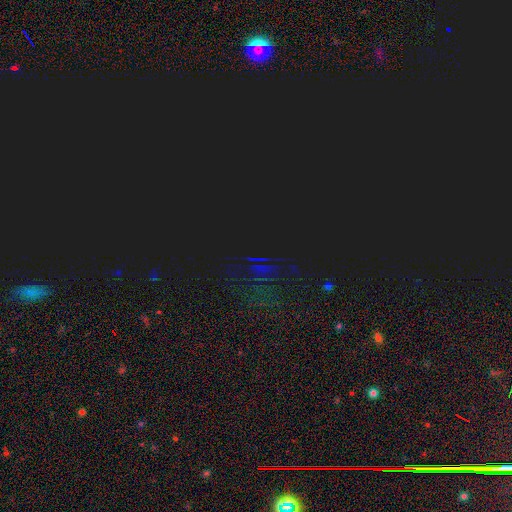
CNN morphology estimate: A star or artifact, not a galaxy (86%).

Vote fractions:
- Smooth or featured? star or artifact: 86% / smooth: 8% / featured or disk: 6%